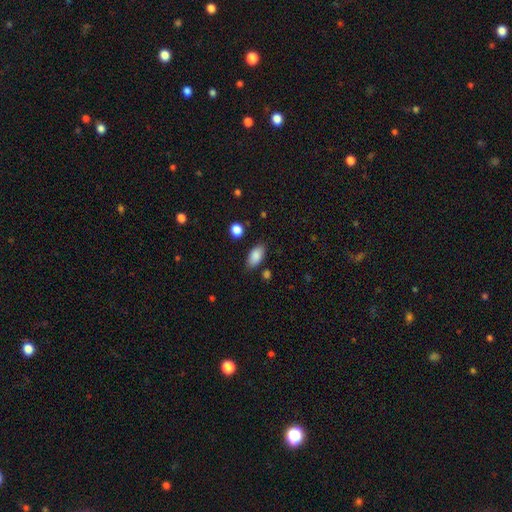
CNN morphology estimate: The model was most divided on "merging": none: 82%, minor disturbance: 12%, major disturbance: 3%, merger: 3%. More confident: how rounded — in between (91%); smooth or featured — smooth (87%).